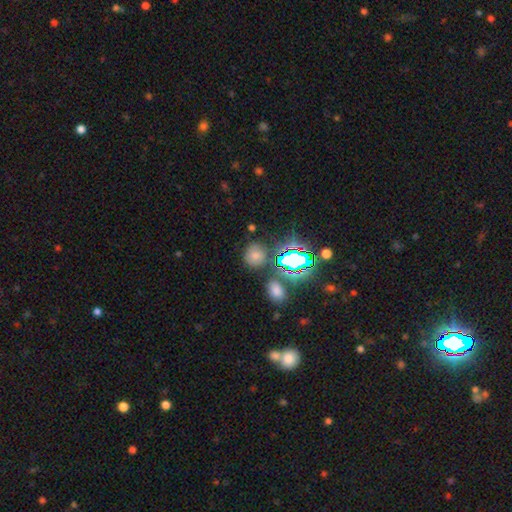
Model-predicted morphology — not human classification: Smooth or featured: smooth — 62% (star or artifact — 27%)
How rounded: round — 78% (in between — 21%)
Merging: none — 73% (minor disturbance — 13%)